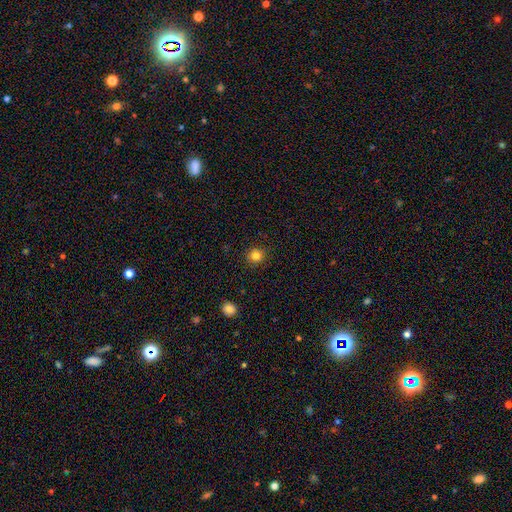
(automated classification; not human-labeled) Smooth or featured? Predicted: smooth (p=0.83). How rounded? Predicted: round (p=0.91). Merging? Predicted: none (p=0.89).